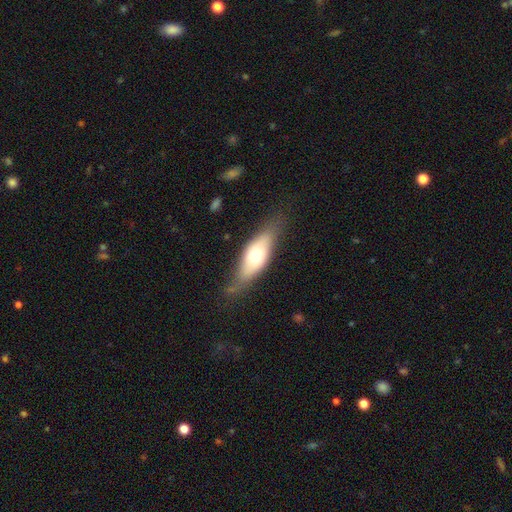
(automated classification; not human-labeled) Q: Smooth or featured?
A: smooth (56%); runner-up: featured or disk (38%)
Q: How rounded?
A: in between (68%); runner-up: cigar-shaped (28%)
Q: Merging?
A: none (69%); runner-up: minor disturbance (22%)